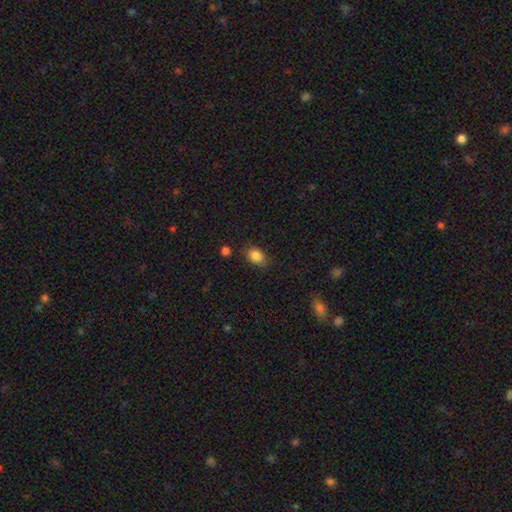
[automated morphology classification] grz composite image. It shows a smooth galaxy with no disk features (85%) that is in between round and cigar-shaped (77%). Merging: none (77%).